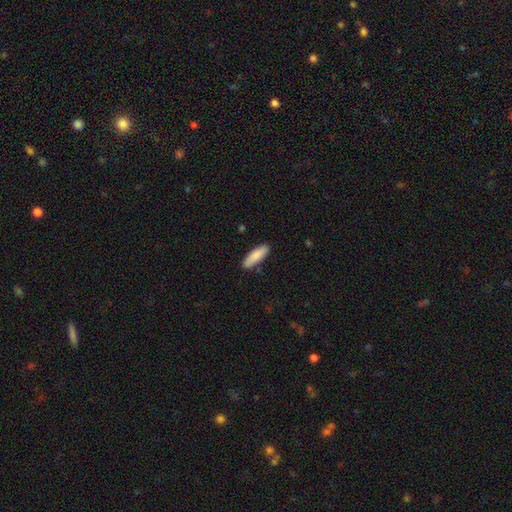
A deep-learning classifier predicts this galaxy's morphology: This appears to be a smooth galaxy with no disk features (86%) that is cigar-shaped (52%). Merging: none (86%).